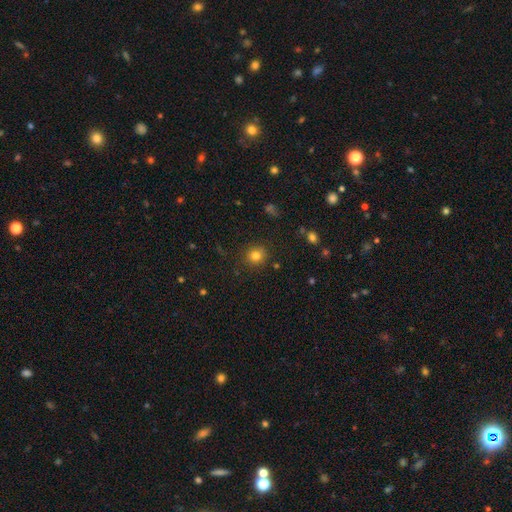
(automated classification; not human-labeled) Smooth or featured?
  - smooth: 80% *
  - star or artifact: 13%
  - featured or disk: 6%
How rounded?
  - round: 87% *
  - in between: 13%
  - cigar-shaped: 1%
Merging?
  - none: 87% *
  - minor disturbance: 9%
  - major disturbance: 3%
  - merger: 2%